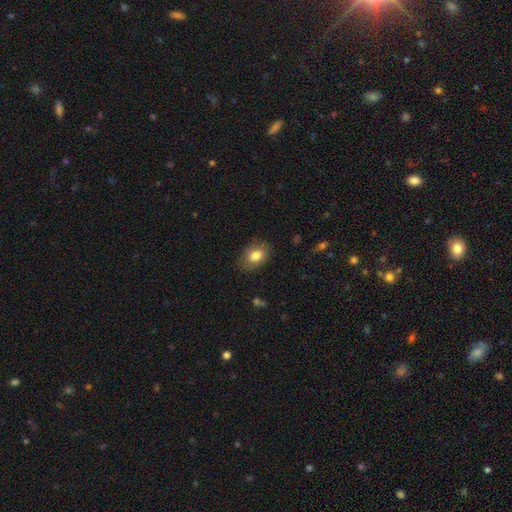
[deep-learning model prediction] This appears to be a smooth galaxy with no disk features (80%) that is in between round and cigar-shaped (78%). Merging: none (79%).